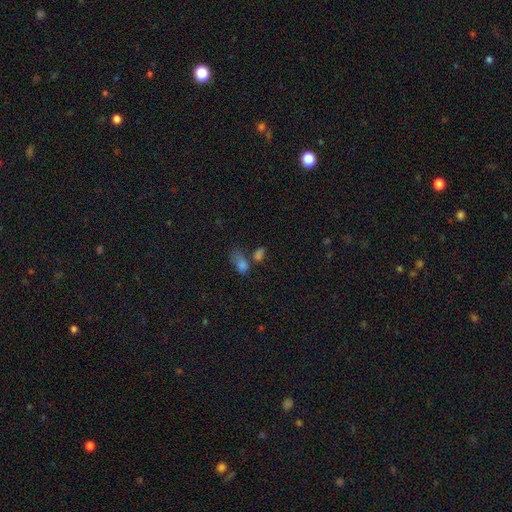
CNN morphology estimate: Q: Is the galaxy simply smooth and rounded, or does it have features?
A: smooth — 42%.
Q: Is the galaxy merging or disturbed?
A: none — 51%.